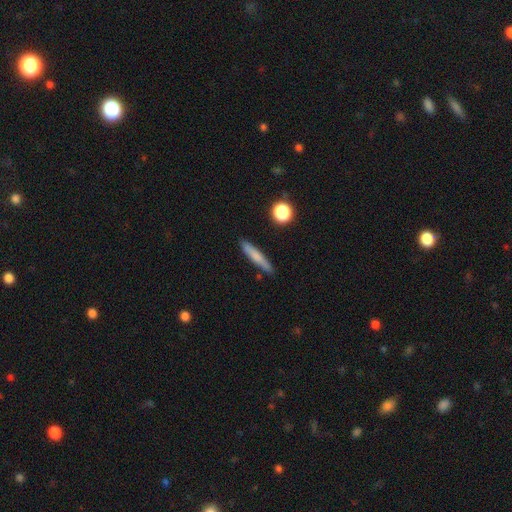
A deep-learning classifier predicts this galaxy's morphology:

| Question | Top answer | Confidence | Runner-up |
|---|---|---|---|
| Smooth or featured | smooth | 70% | featured or disk (23%) |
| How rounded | cigar-shaped | 91% | in between (7%) |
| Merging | none | 86% | minor disturbance (10%) |